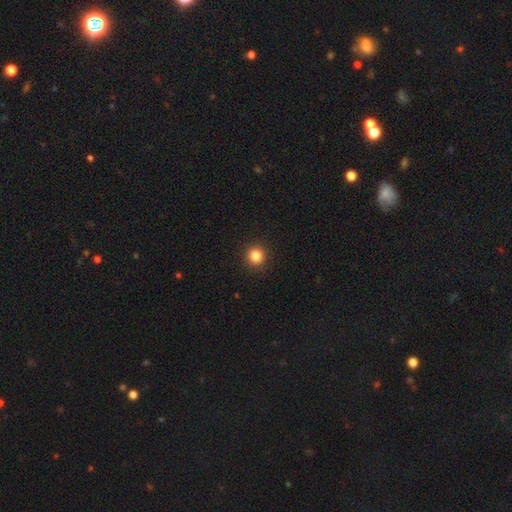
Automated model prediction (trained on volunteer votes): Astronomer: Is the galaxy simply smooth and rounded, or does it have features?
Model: smooth — 84%.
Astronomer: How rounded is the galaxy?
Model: round — 94%.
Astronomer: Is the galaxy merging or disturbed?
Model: none — 93%.